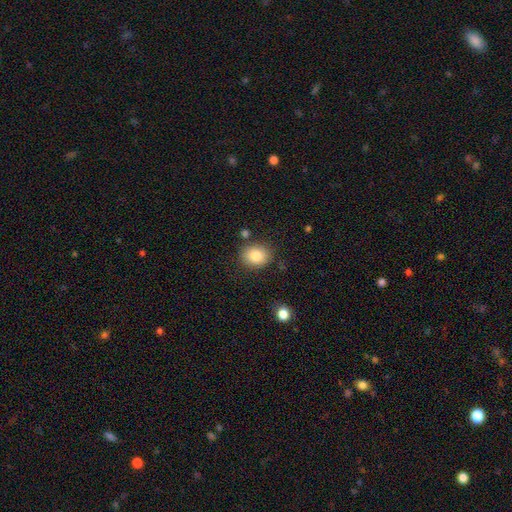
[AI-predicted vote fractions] A smooth galaxy with no disk features (85%) that is round (58%).

Vote fractions:
- Smooth or featured? smooth: 85% / star or artifact: 9% / featured or disk: 7%
- How rounded? round: 58% / in between: 41% / cigar-shaped: 1%
- Merging? none: 81% / minor disturbance: 12% / merger: 4% / major disturbance: 3%